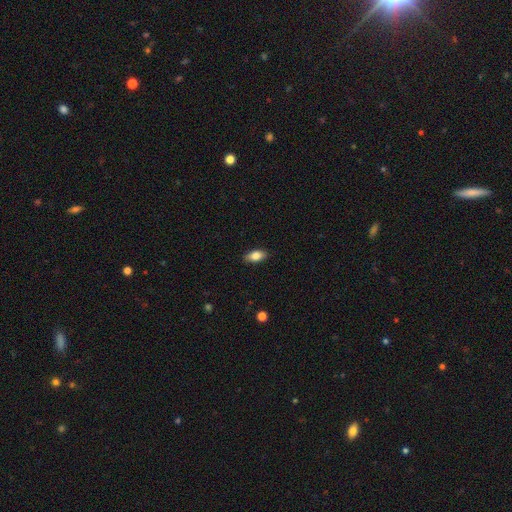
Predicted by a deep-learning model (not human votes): Smooth or featured? Predicted: smooth (p=0.81). How rounded? Predicted: in between (p=0.89). Merging? Predicted: none (p=0.87).